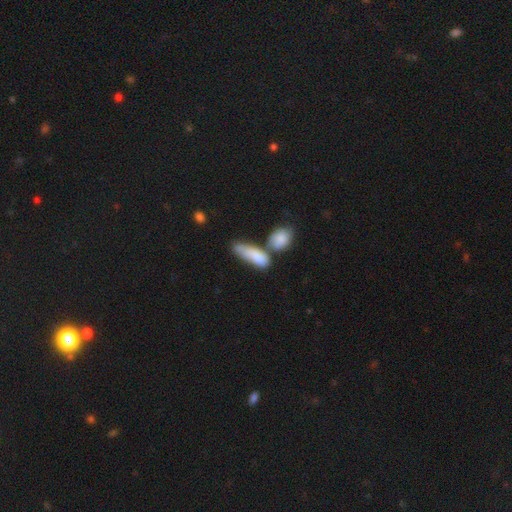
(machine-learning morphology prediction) Smooth or featured: smooth — 79% (featured or disk — 14%)
How rounded: in between — 65% (cigar-shaped — 31%)
Merging: merger — 37% (none — 31%)